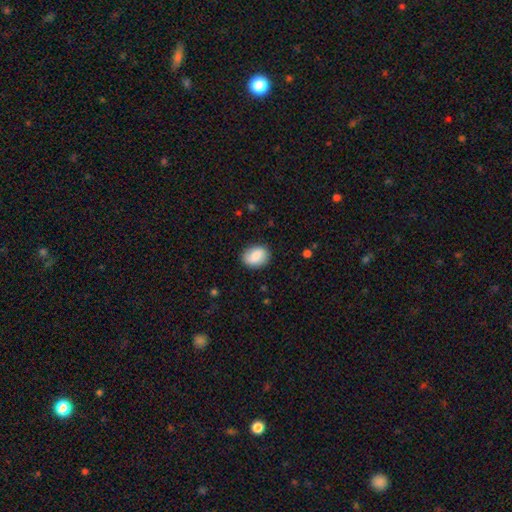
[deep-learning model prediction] A smooth galaxy with no disk features (79%) that is in between round and cigar-shaped (62%). Merging: none (85%).